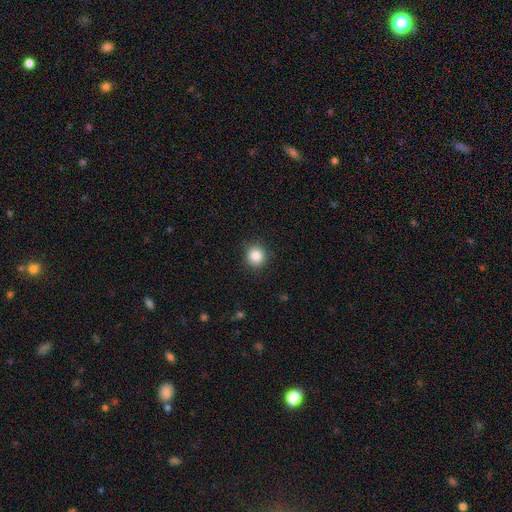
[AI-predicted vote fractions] The model was most divided on "smooth or featured": smooth: 86%, star or artifact: 10%, featured or disk: 4%. More confident: how rounded — round (92%); merging — none (90%).